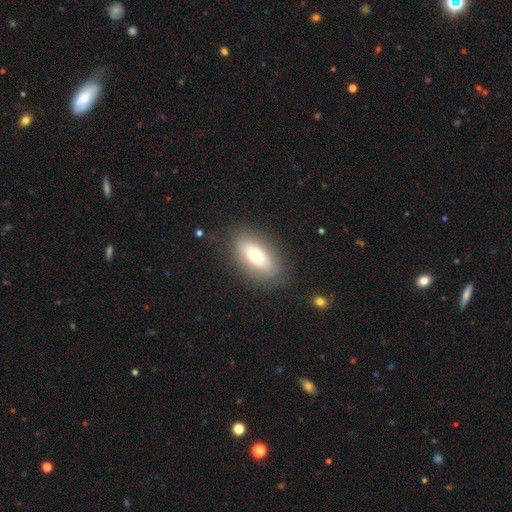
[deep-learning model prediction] The model was most divided on "smooth or featured": smooth: 70%, featured or disk: 22%, star or artifact: 7%. More confident: how rounded — in between (86%); merging — none (80%).